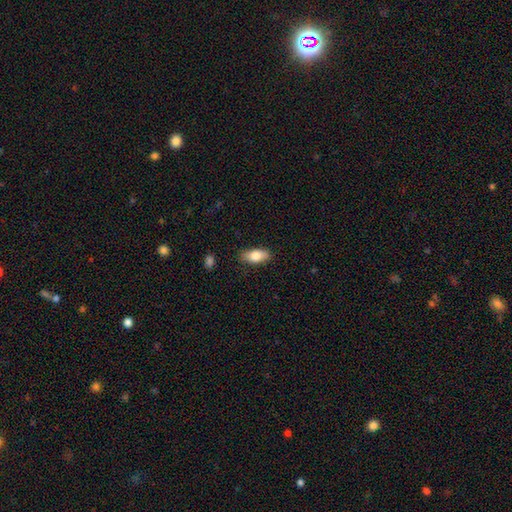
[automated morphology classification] The model was most divided on "smooth or featured": smooth: 81%, featured or disk: 12%, star or artifact: 7%. More confident: how rounded — in between (86%); merging — none (84%).